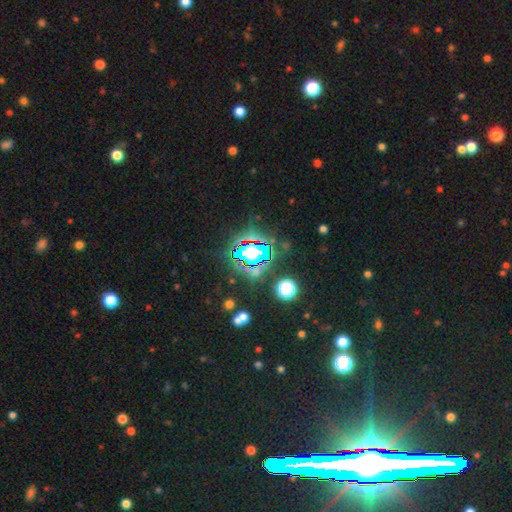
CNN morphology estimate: smooth-or-featured: star or artifact: 82% | smooth: 11% | featured or disk: 7%